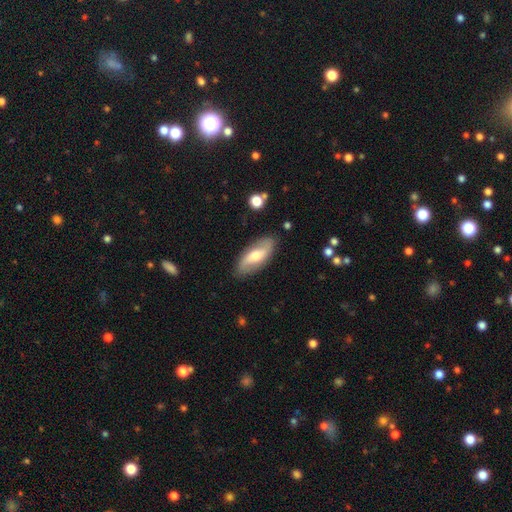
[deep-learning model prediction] This appears to be a featured or disk galaxy (55%). Merging: none (84%).